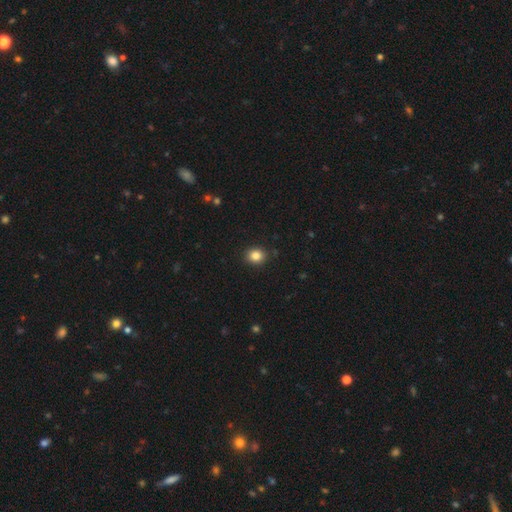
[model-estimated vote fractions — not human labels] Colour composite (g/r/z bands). It shows a smooth galaxy with no disk features (85%) that is round (67%). Merging: none (89%).